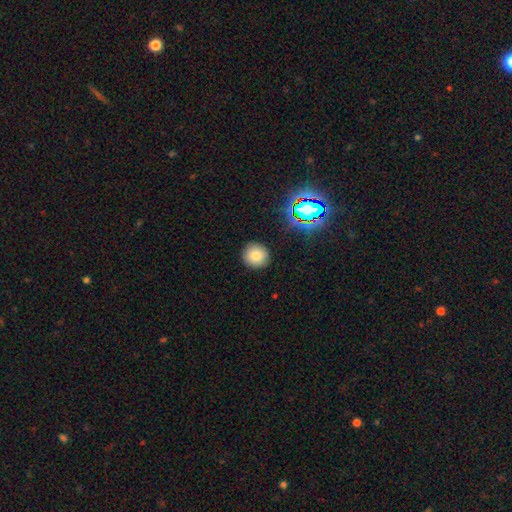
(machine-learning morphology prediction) smooth 79%, star or artifact 14%, featured or disk 7%. Down the decision tree: how rounded — round (93%); merging — none (90%).